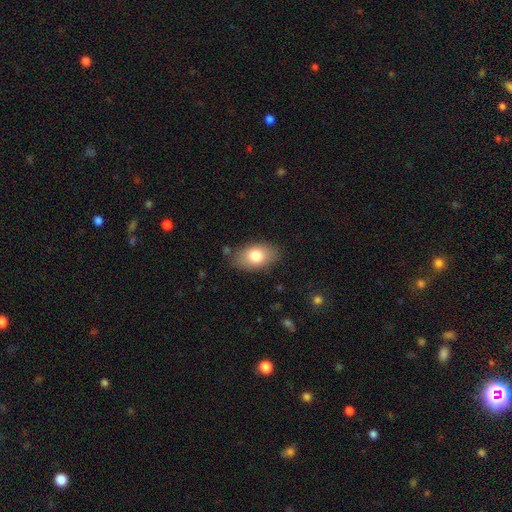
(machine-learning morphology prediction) Smooth or featured? smooth (78%)
How rounded? in between (89%)
Merging? none (82%)